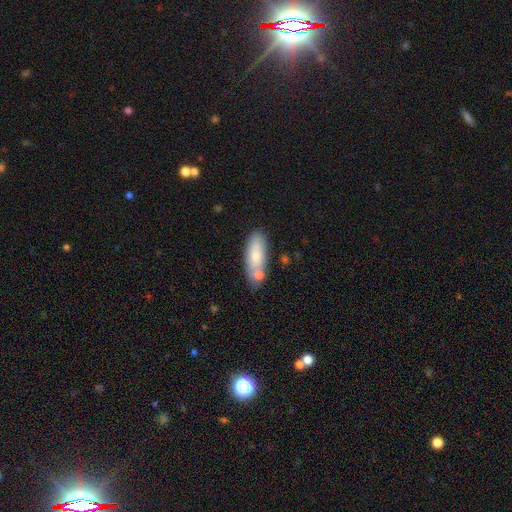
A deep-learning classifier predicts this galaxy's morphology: Overall: smooth (76%). How rounded: in between (71%). Merging: none (59%; merger 19%).